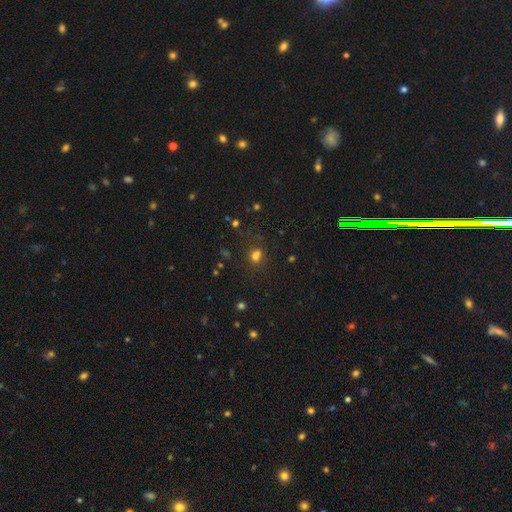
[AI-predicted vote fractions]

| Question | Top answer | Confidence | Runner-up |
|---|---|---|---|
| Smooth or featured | smooth | 66% | star or artifact (25%) |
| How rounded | round | 70% | in between (29%) |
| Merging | none | 56% | merger (27%) |